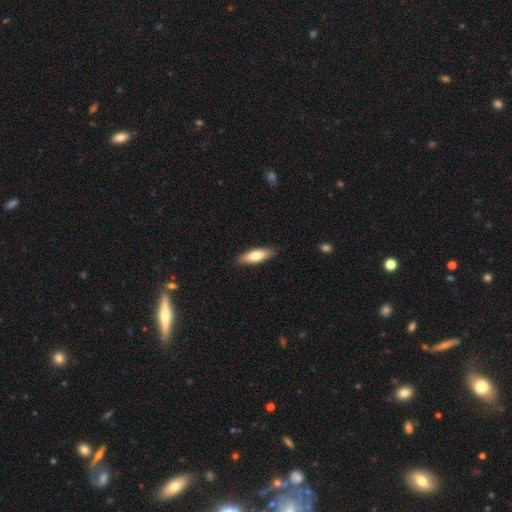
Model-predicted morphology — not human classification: Overall: smooth (75%). How rounded: in between (56%; cigar-shaped 42%). Merging: none (87%).